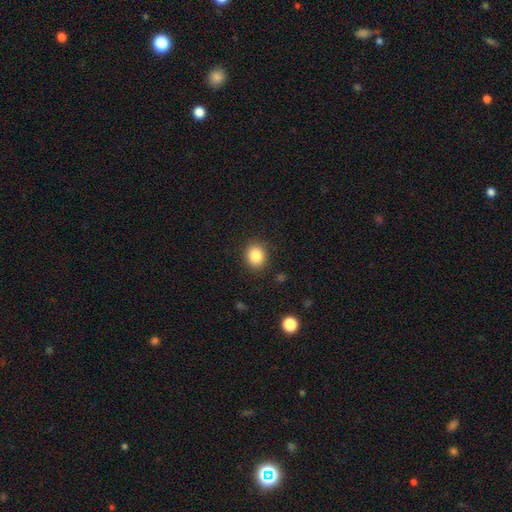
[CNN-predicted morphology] smooth 85%, star or artifact 10%, featured or disk 5%. Down the decision tree: how rounded — round (71%); merging — none (88%).